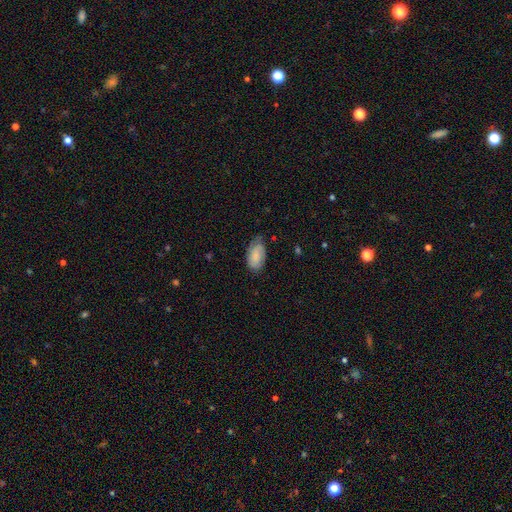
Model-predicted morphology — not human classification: Smooth or featured? Predicted: smooth (p=0.64). How rounded? Predicted: in between (p=0.94). Merging? Predicted: none (p=0.57).